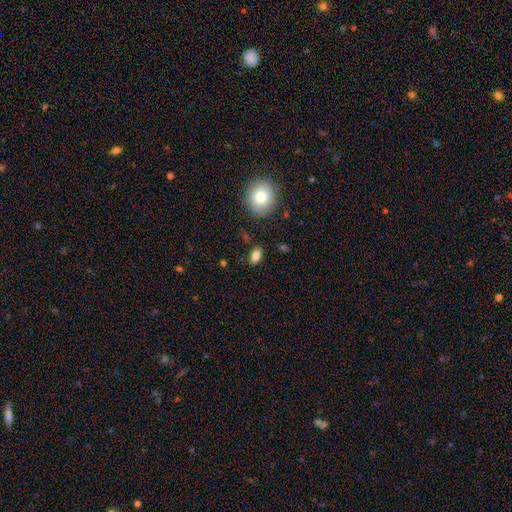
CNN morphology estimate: The model was most divided on "smooth or featured": smooth: 83%, star or artifact: 10%, featured or disk: 8%. More confident: how rounded — in between (86%); merging — none (84%).